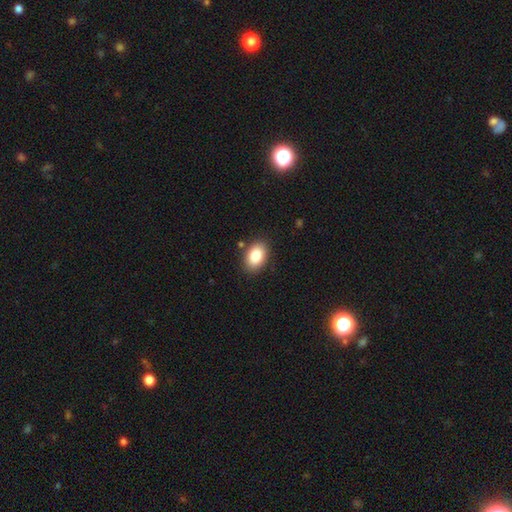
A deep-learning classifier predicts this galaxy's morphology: Smooth or featured: smooth — 87% (star or artifact — 7%)
How rounded: in between — 87% (round — 11%)
Merging: none — 86% (minor disturbance — 10%)